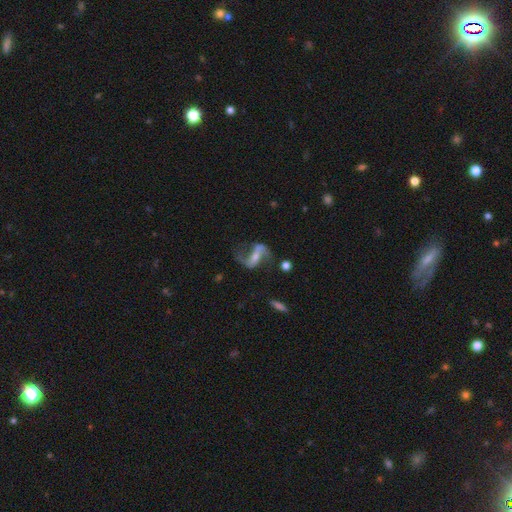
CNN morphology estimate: smooth_or_featured: featured or disk (p=0.86) [alt: smooth p=0.08]
disk_edge_on: no (p=0.95) [alt: yes p=0.05]
bar: strong (p=0.51) [alt: weak p=0.32]
has_spiral_arms: yes (p=0.93) [alt: no p=0.07]
spiral_winding: loose (p=0.76) [alt: medium p=0.20]
spiral_arm_count: 2 (p=0.91) [alt: 1 p=0.04]
bulge_size: small (p=0.49) [alt: moderate p=0.35]
merging: none (p=0.64) [alt: minor disturbance p=0.16]